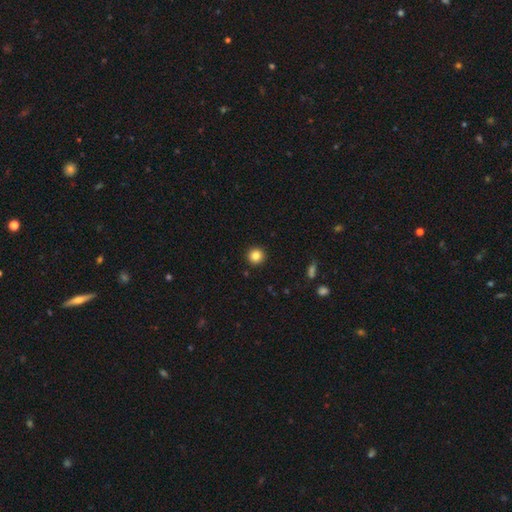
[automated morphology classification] smooth_or_featured: smooth (p=0.84) [alt: star or artifact p=0.11]
how_rounded: round (p=0.95) [alt: in between p=0.04]
merging: none (p=0.93) [alt: minor disturbance p=0.05]